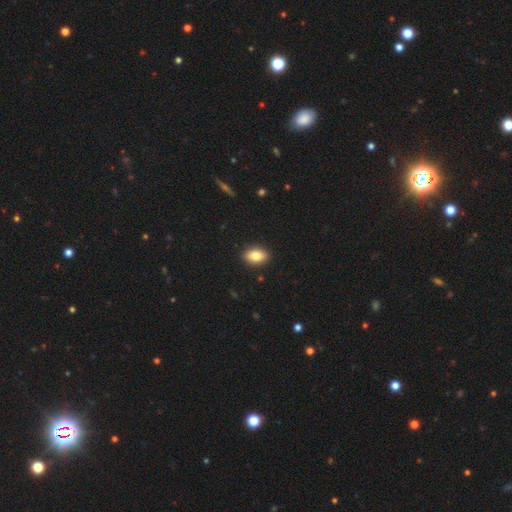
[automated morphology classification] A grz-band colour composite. It shows a smooth galaxy with no disk features (82%) that is in between round and cigar-shaped (85%). Merging: none (90%).